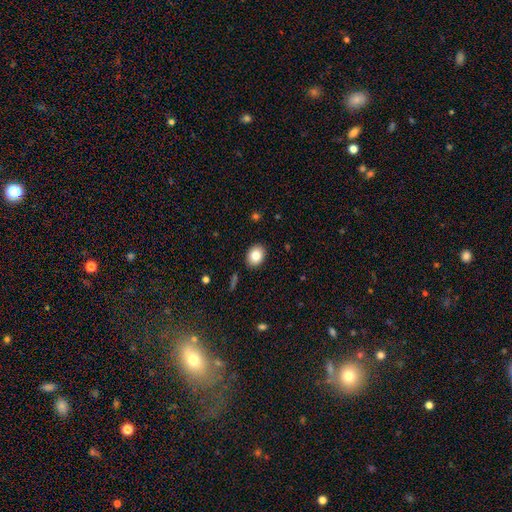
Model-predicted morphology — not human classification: Overall: smooth (82%). How rounded: in between (64%; round 35%). Merging: none (89%).